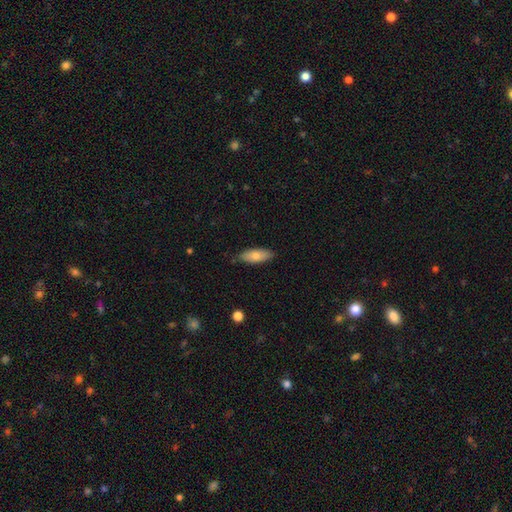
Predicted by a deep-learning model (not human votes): smooth_or_featured: smooth (p=0.76) [alt: featured or disk p=0.18]
how_rounded: in between (p=0.76) [alt: cigar-shaped p=0.22]
merging: none (p=0.81) [alt: minor disturbance p=0.15]